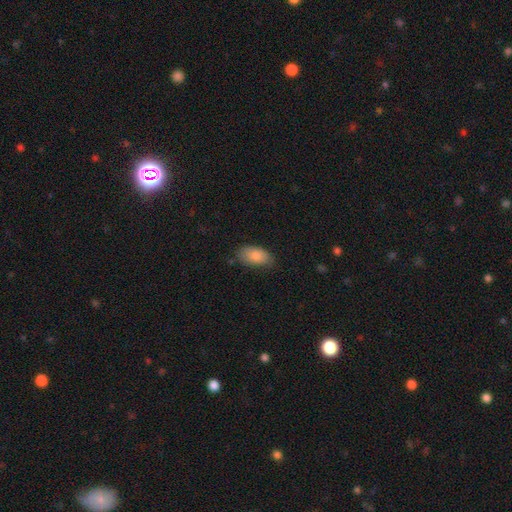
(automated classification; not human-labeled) smooth 85%, featured or disk 8%, star or artifact 7%. Down the decision tree: how rounded — in between (93%); merging — none (72%).